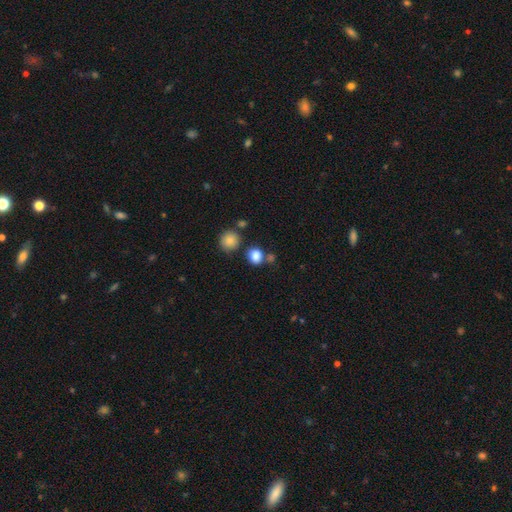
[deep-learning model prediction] Smooth or featured? smooth (84%)
How rounded? round (67%)
Merging? none (66%)